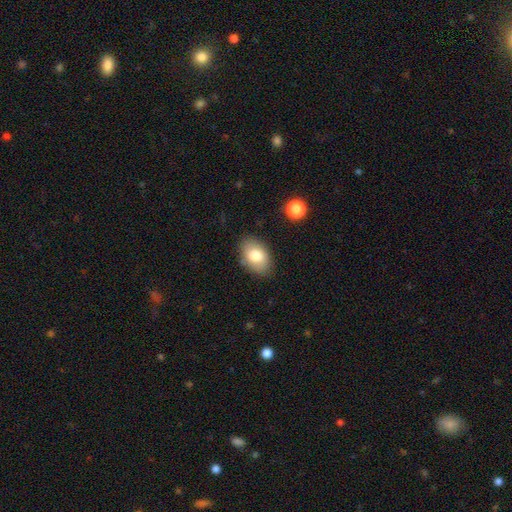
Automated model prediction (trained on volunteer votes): Q: Smooth or featured?
A: smooth (80%); runner-up: featured or disk (13%)
Q: How rounded?
A: in between (88%); runner-up: round (11%)
Q: Merging?
A: none (82%); runner-up: minor disturbance (13%)